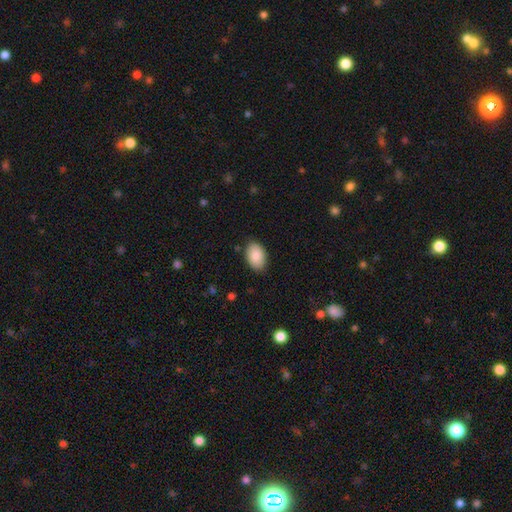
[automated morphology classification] This appears to be a smooth galaxy with no disk features (86%) that is in between round and cigar-shaped (90%). Merging: none (86%).